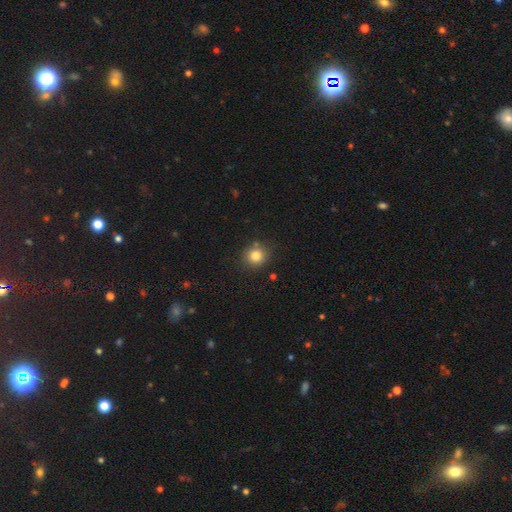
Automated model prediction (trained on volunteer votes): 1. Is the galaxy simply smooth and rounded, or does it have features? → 82% smooth, 12% star or artifact, 7% featured or disk.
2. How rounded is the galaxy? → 86% round, 13% in between, 1% cigar-shaped.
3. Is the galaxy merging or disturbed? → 84% none, 10% minor disturbance, 4% merger, 3% major disturbance.